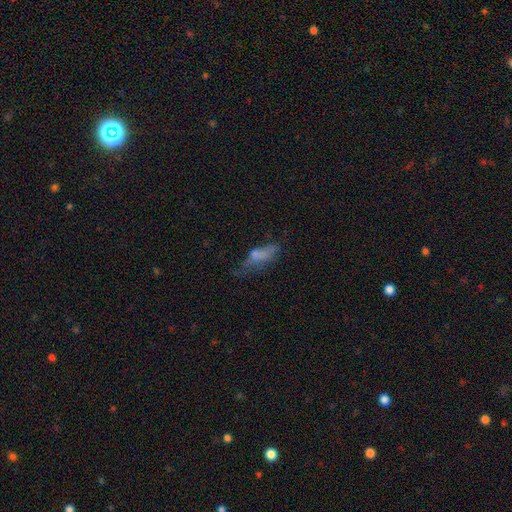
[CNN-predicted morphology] This appears to be a smooth galaxy with no disk features (44%). Merging: none (58%).